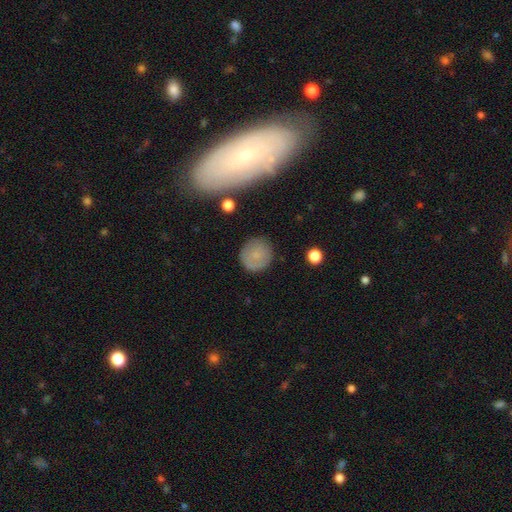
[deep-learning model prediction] smooth_or_featured: smooth (p=0.73) [alt: featured or disk p=0.18]
how_rounded: round (p=0.91) [alt: in between p=0.08]
merging: none (p=0.84) [alt: minor disturbance p=0.11]